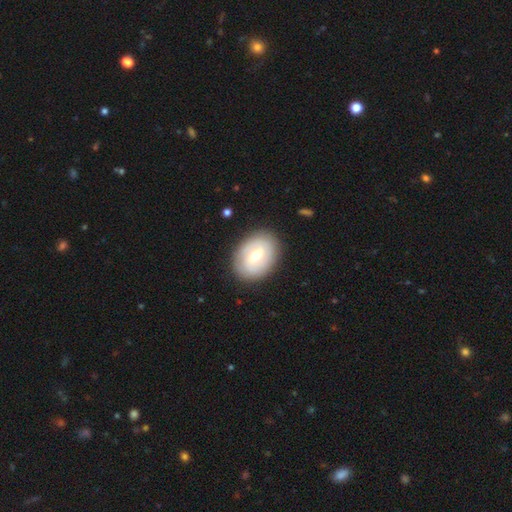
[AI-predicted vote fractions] Smooth or featured?
  - smooth: 49% *
  - featured or disk: 44%
  - star or artifact: 7%
Merging?
  - none: 85% *
  - minor disturbance: 10%
  - major disturbance: 4%
  - merger: 1%